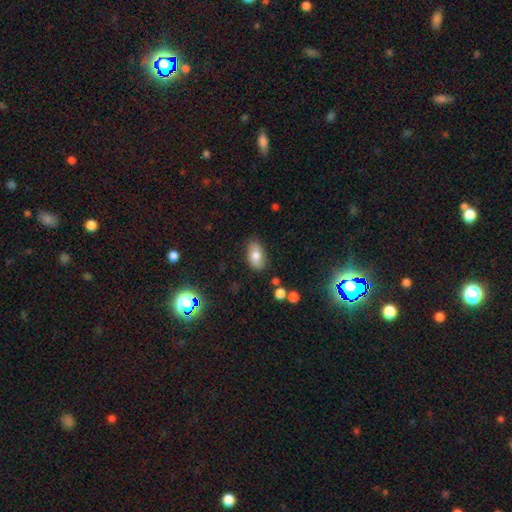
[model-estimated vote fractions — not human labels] A smooth galaxy with no disk features (76%) that is in between round and cigar-shaped (92%). Merging: none (81%).